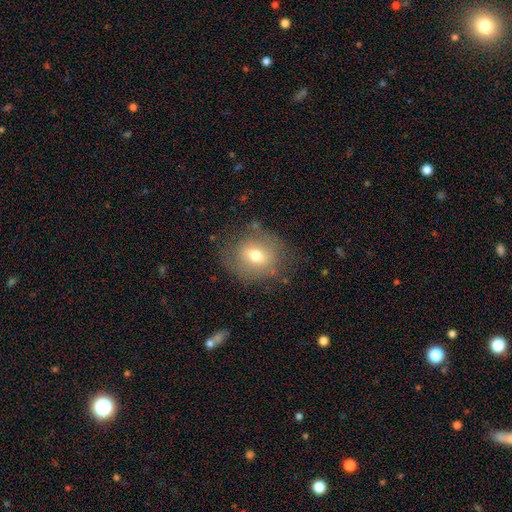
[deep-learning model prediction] Morphology: type=smooth (61%); roundness=round (68%); merging=none (71%).